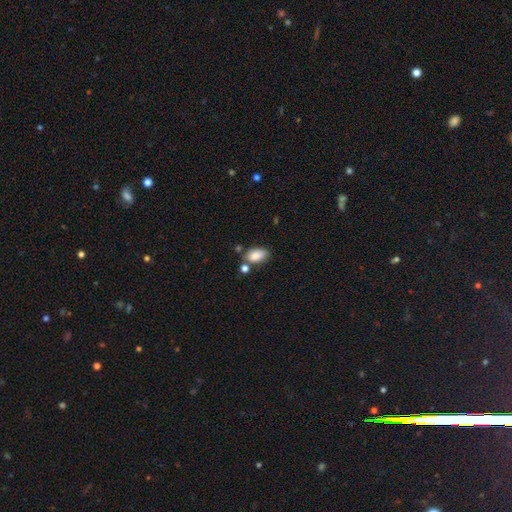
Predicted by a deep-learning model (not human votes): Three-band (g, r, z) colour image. It shows a smooth galaxy with no disk features (87%) that is in between round and cigar-shaped (91%). Merging: none (63%).